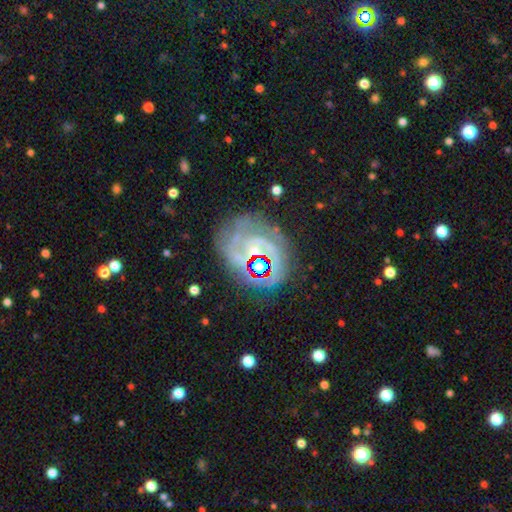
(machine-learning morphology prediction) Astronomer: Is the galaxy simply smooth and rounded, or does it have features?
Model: featured or disk — 67%.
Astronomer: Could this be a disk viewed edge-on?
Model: no — 97%.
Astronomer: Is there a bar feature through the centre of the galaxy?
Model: no — 53% (runner-up: weak, 32%).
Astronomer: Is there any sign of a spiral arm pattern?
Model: yes — 88%.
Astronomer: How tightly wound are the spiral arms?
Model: tight — 60%.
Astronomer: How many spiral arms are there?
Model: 2 — 35% (runner-up: can't tell, 27%).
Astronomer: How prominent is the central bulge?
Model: small — 44% (runner-up: moderate, 31%).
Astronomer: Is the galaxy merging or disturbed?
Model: none — 68%.